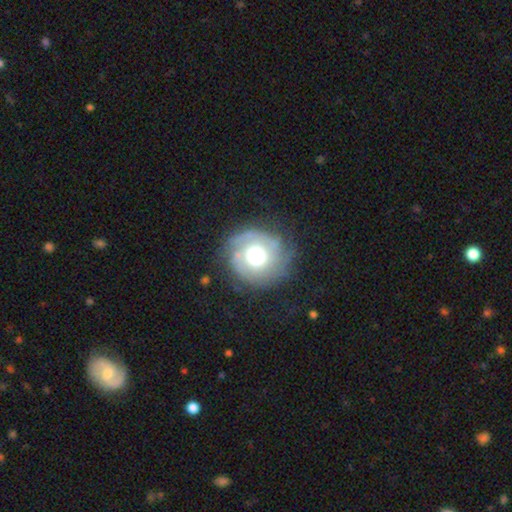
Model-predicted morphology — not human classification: smooth_or_featured: featured or disk (p=0.61) [alt: smooth p=0.30]
disk_edge_on: no (p=0.98) [alt: yes p=0.02]
bar: no (p=0.82) [alt: weak p=0.15]
has_spiral_arms: yes (p=0.78) [alt: no p=0.22]
bulge_size: large (p=0.48) [alt: moderate p=0.38]
merging: none (p=0.68) [alt: minor disturbance p=0.20]